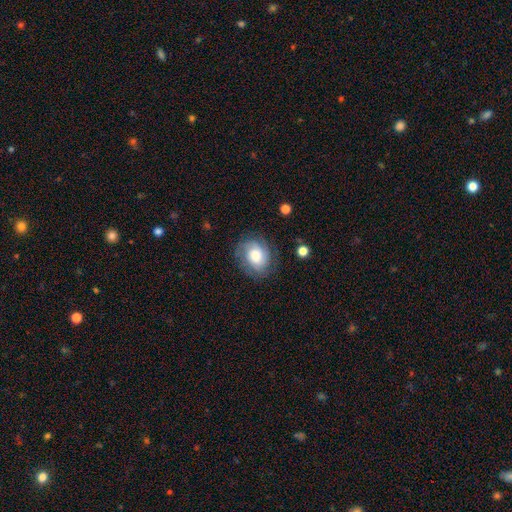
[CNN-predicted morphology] A featured or disk galaxy (50%). Merging: none (76%).